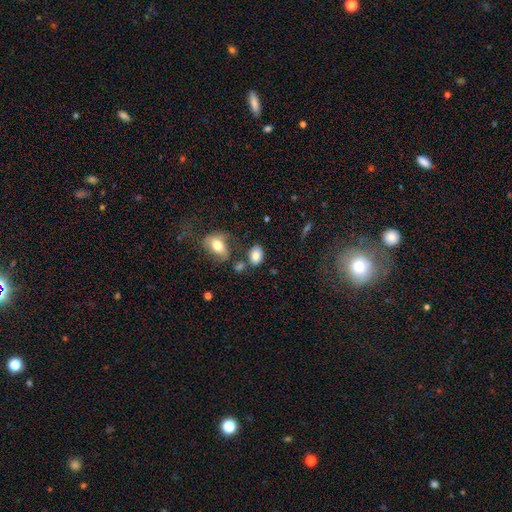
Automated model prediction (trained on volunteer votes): The model was most divided on "merging": none: 64%, minor disturbance: 16%, merger: 14%, major disturbance: 6%. More confident: smooth or featured — smooth (81%); how rounded — in between (80%).